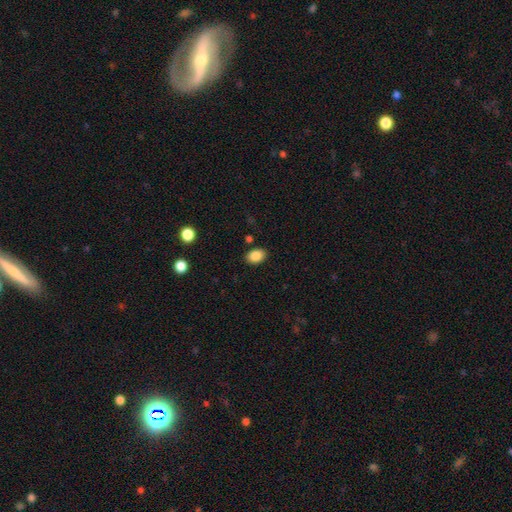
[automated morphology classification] A smooth galaxy with no disk features (86%) that is in between round and cigar-shaped (79%).

Vote fractions:
- Smooth or featured? smooth: 86% / star or artifact: 9% / featured or disk: 5%
- How rounded? in between: 79% / round: 20% / cigar-shaped: 1%
- Merging? none: 87% / minor disturbance: 9% / major disturbance: 2% / merger: 2%